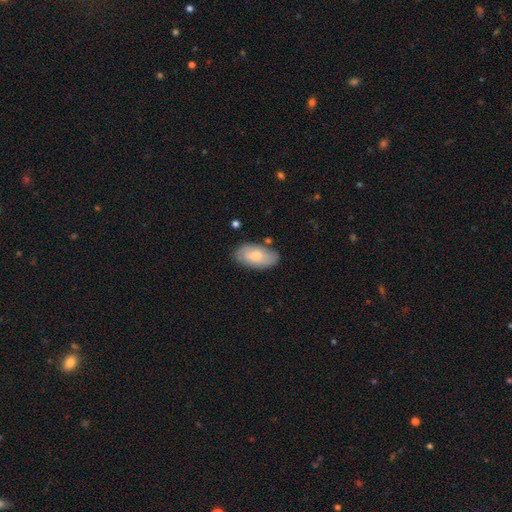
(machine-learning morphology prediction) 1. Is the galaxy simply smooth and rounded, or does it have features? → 71% smooth, 23% featured or disk, 6% star or artifact.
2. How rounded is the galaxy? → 94% in between, 4% round, 2% cigar-shaped.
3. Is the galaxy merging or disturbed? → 75% none, 18% minor disturbance, 4% merger, 4% major disturbance.